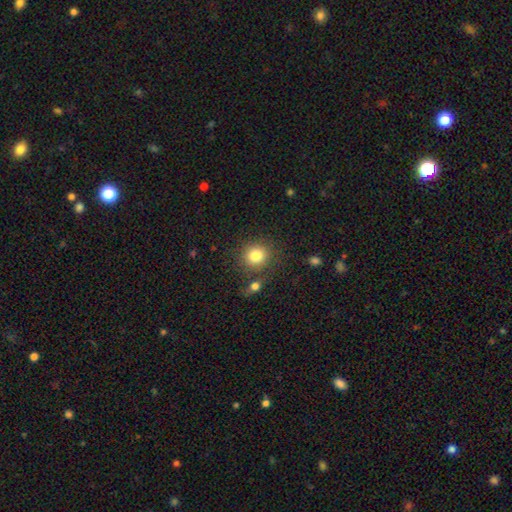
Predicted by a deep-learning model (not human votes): A smooth galaxy with no disk features (81%) that is round (87%). Merging: none (79%).